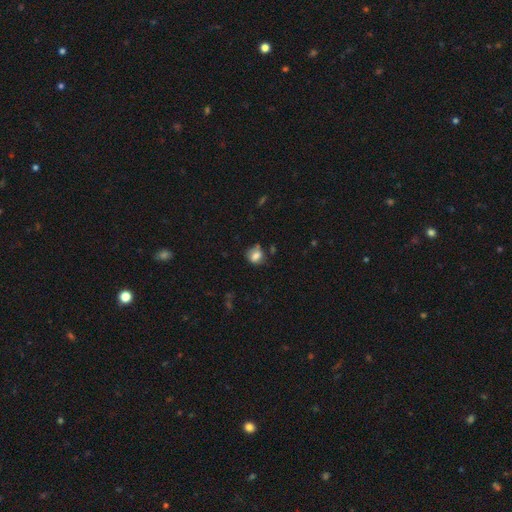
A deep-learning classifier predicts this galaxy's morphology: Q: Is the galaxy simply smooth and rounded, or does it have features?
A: smooth — 76%.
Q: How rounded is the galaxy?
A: round — 58%.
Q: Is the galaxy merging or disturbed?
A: none — 57%.